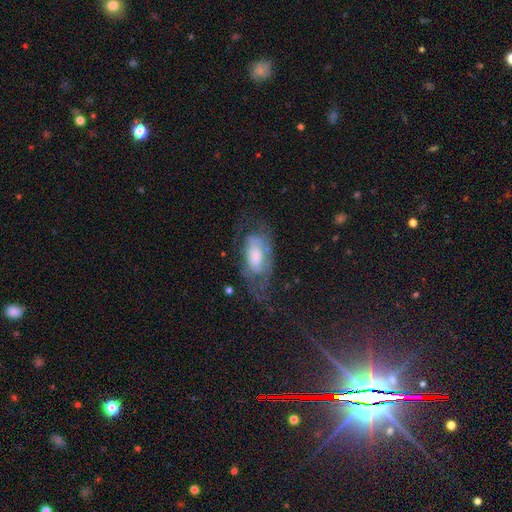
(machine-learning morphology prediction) smooth_or_featured: featured or disk (p=0.60) [alt: smooth p=0.32]
disk_edge_on: no (p=0.92) [alt: yes p=0.08]
bar: no (p=0.66) [alt: weak p=0.27]
has_spiral_arms: yes (p=0.65) [alt: no p=0.35]
bulge_size: moderate (p=0.37) [alt: small p=0.26]
merging: none (p=0.44) [alt: major disturbance p=0.30]